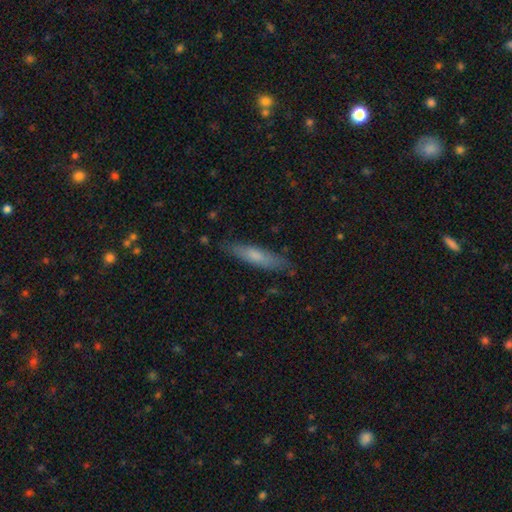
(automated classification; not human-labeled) Q: Smooth or featured?
A: smooth (66%); runner-up: featured or disk (28%)
Q: How rounded?
A: cigar-shaped (81%); runner-up: in between (18%)
Q: Merging?
A: none (82%); runner-up: minor disturbance (14%)